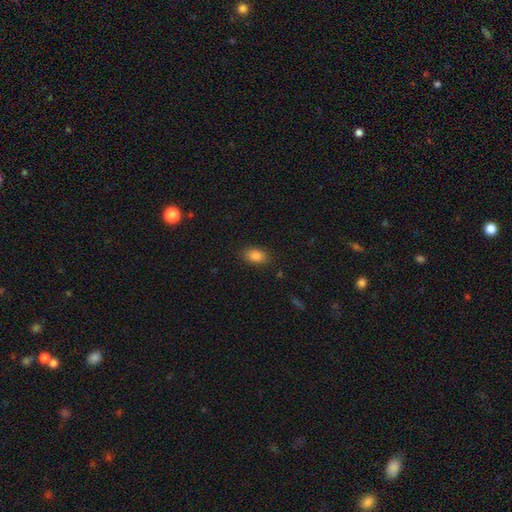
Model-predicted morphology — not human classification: smooth-or-featured: smooth: 86% | star or artifact: 9% | featured or disk: 5%
  how-rounded: in between: 88% | round: 9% | cigar-shaped: 2%
  merging: none: 85% | minor disturbance: 11% | major disturbance: 3% | merger: 1%